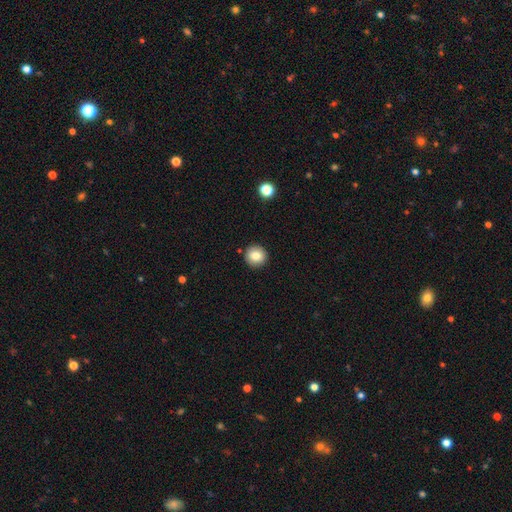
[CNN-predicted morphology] The model was most divided on "smooth or featured": smooth: 83%, star or artifact: 9%, featured or disk: 8%. More confident: how rounded — round (94%); merging — none (91%).